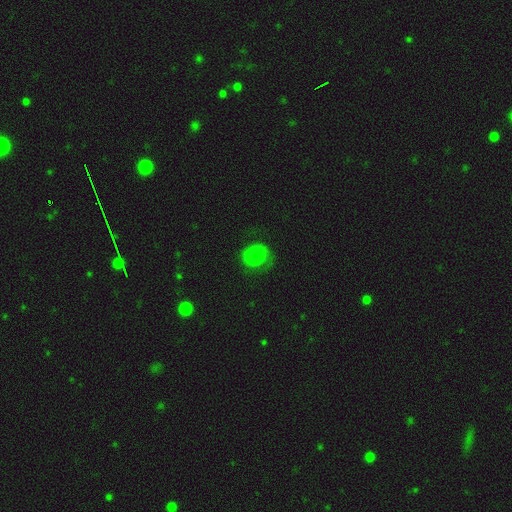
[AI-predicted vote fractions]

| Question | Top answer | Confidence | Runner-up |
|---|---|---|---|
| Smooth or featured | smooth | 67% | featured or disk (21%) |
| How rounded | round | 64% | in between (35%) |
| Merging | none | 65% | minor disturbance (22%) |